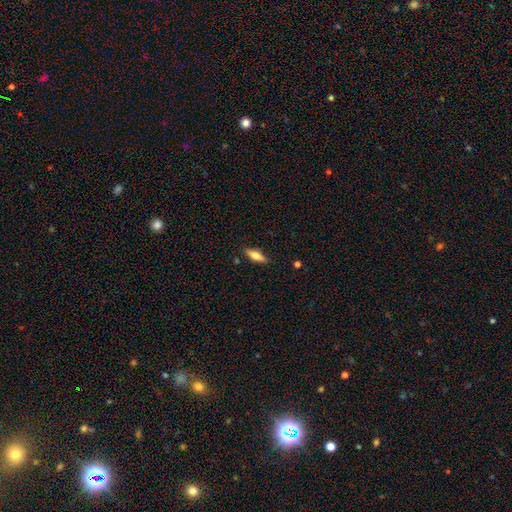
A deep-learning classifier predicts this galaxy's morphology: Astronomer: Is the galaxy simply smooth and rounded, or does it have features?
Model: smooth — 62%.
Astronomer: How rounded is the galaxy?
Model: in between — 51% (runner-up: cigar-shaped, 47%).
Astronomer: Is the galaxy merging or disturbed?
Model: none — 85%.